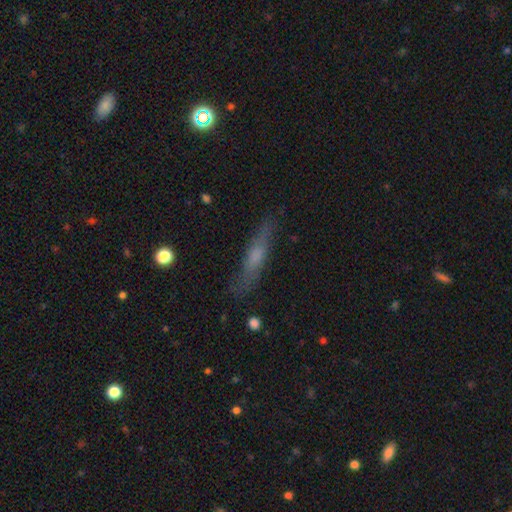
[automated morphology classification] Smooth or featured? smooth (50%)
Merging? none (78%)